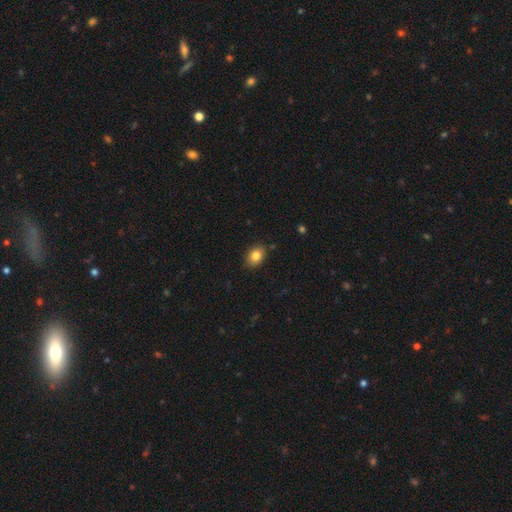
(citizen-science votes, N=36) Smooth or featured?
  - smooth: 83% *
  - featured or disk: 14%
  - star or artifact: 3%
How rounded?
  - in between: 83% *
  - round: 17%
  - cigar-shaped: 0%
Merging?
  - none: 83% *
  - minor disturbance: 11%
  - major disturbance: 3%
  - merger: 3%